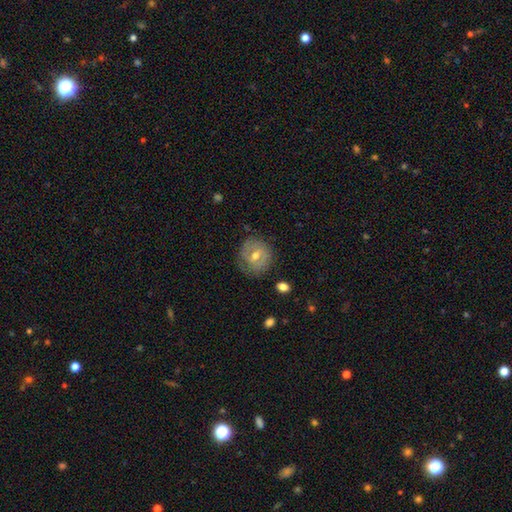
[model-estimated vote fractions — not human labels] This is possibly a featured or disk galaxy (55%). It is clearly not viewed edge-on (96%). Bar: marginally weak (44%). Spiral arm pattern: likely yes (65%). Central bulge: likely moderate (65%). Merging: likely none (76%).